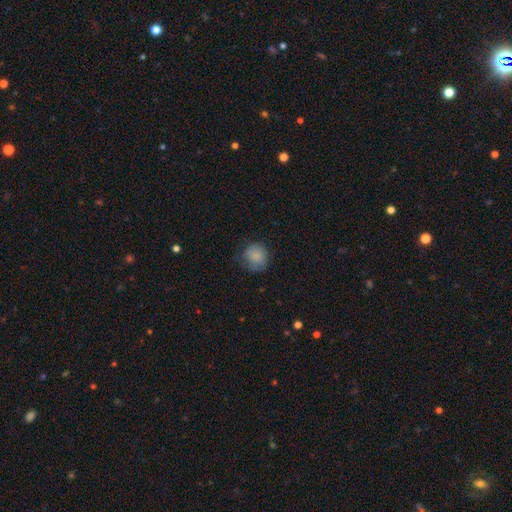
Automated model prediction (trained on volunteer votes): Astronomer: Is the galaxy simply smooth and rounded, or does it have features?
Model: smooth — 83%.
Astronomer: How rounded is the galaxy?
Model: round — 85%.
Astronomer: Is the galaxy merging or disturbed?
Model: none — 61%.